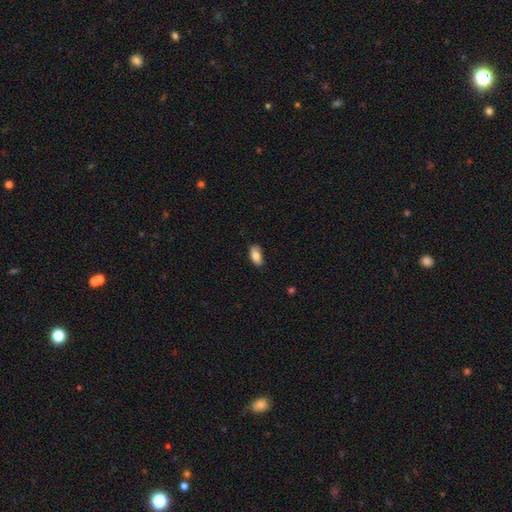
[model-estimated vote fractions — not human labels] A smooth galaxy with no disk features (82%) that is in between round and cigar-shaped (91%).

Vote fractions:
- Smooth or featured? smooth: 82% / featured or disk: 11% / star or artifact: 7%
- How rounded? in between: 91% / cigar-shaped: 7% / round: 3%
- Merging? none: 81% / minor disturbance: 16% / major disturbance: 2% / merger: 1%